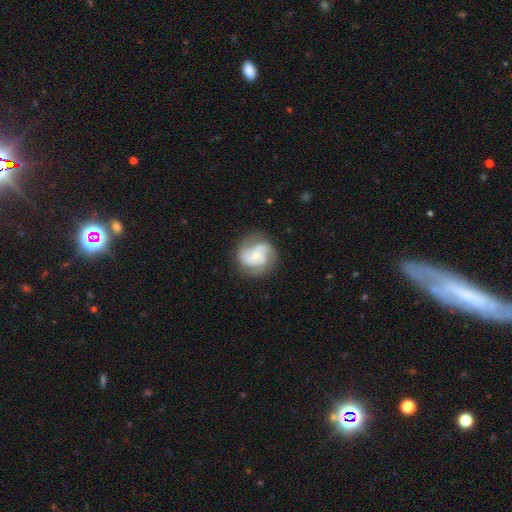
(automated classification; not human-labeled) smooth-or-featured: featured or disk: 77% | smooth: 17% | star or artifact: 6%
  disk-edge-on: no: 98% | yes: 2%
    bar: no: 66% | weak: 29% | strong: 5%
    has-spiral-arms: yes: 96% | no: 4%
      spiral-winding: medium: 48% | tight: 37% | loose: 15%
      spiral-arm-count: 3: 48% | 2: 31% | can't tell: 10% | 4: 5% | 1: 4% | more than 4: 3%
    bulge-size: small: 61% | moderate: 30% | none: 4% | large: 3% | dominant: 1%
  merging: none: 74% | minor disturbance: 17% | major disturbance: 8% | merger: 1%